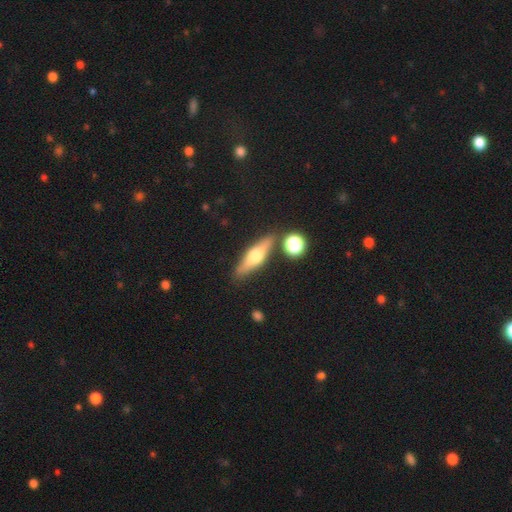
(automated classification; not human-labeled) Smooth or featured? Predicted: featured or disk (p=0.50). Merging? Predicted: none (p=0.81).